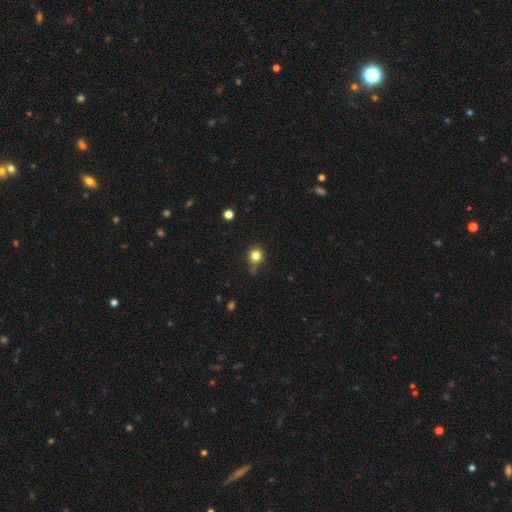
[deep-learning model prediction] This is likely a smooth galaxy (79%). How rounded: clearly round (85%). Merging: likely none (65%).